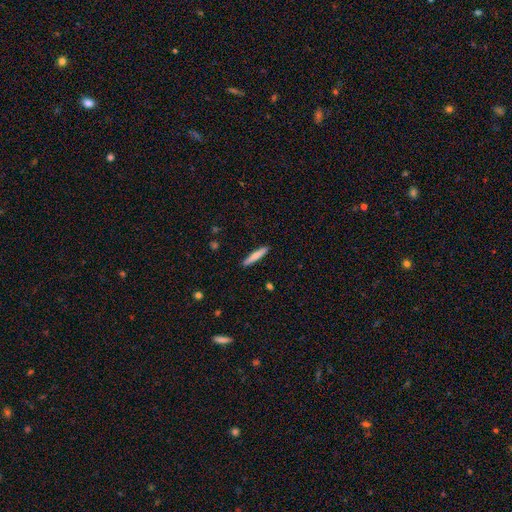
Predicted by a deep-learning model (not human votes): Smooth or featured? smooth (74%)
How rounded? cigar-shaped (93%)
Merging? none (91%)